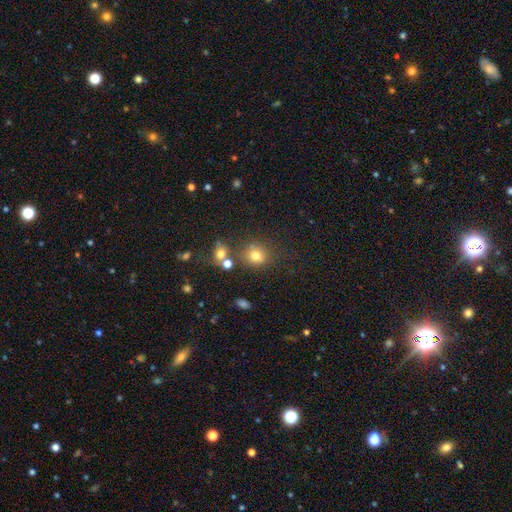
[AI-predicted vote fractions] A smooth galaxy with no disk features (74%) that is round (79%).

Vote fractions:
- Smooth or featured? smooth: 74% / star or artifact: 17% / featured or disk: 9%
- How rounded? round: 79% / in between: 20% / cigar-shaped: 1%
- Merging? none: 69% / minor disturbance: 13% / merger: 13% / major disturbance: 6%